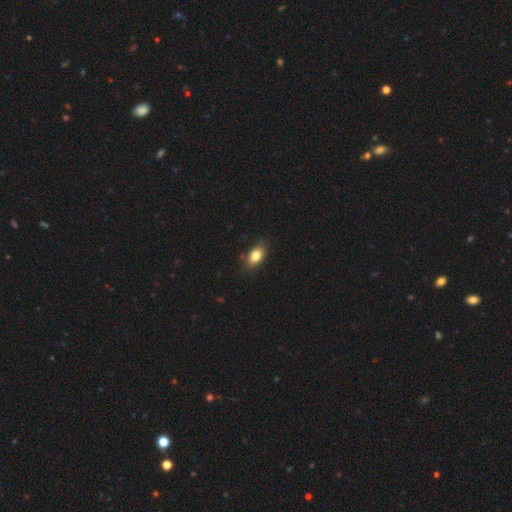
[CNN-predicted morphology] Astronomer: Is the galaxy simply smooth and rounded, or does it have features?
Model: smooth — 83%.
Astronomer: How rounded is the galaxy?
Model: in between — 88%.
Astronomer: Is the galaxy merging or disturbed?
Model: none — 83%.